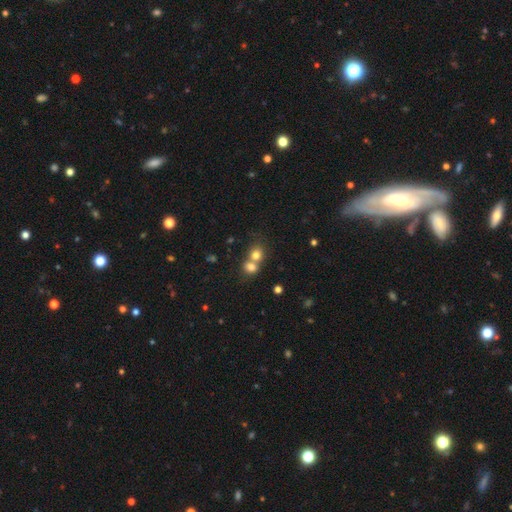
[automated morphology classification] Smooth or featured? smooth (76%)
How rounded? round (77%)
Merging? merger (59%)